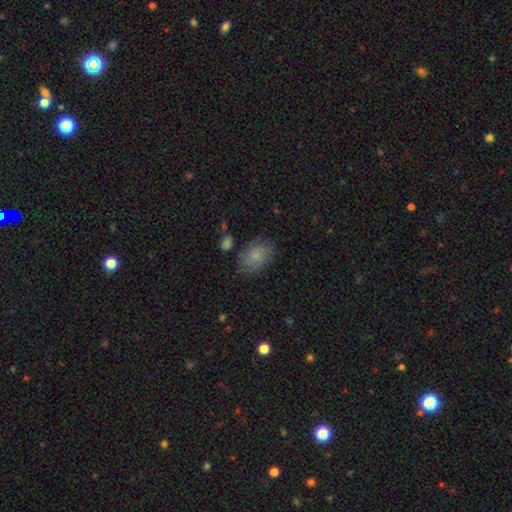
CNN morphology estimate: Q: Smooth or featured?
A: smooth (75%); runner-up: featured or disk (17%)
Q: How rounded?
A: in between (76%); runner-up: round (23%)
Q: Merging?
A: none (69%); runner-up: minor disturbance (21%)